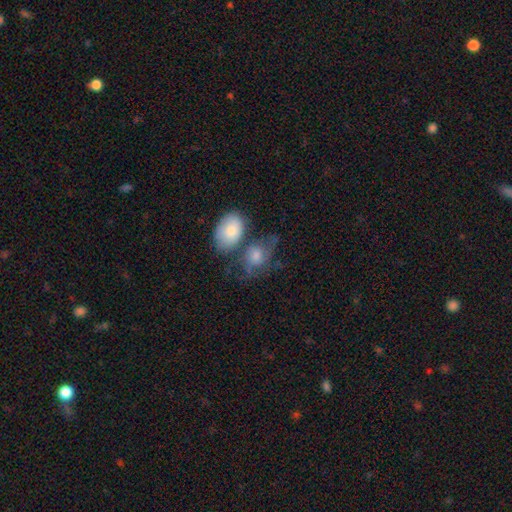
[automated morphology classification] Smooth or featured? smooth (58%)
How rounded? in between (64%)
Merging? merger (33%)